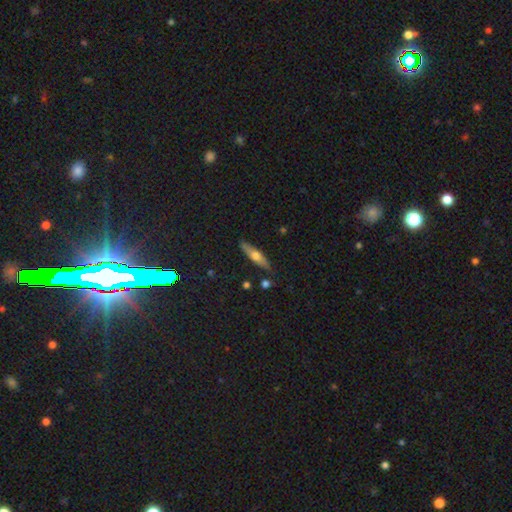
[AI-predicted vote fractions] smooth_or_featured: smooth (p=0.48) [alt: featured or disk p=0.45]
merging: none (p=0.85) [alt: minor disturbance p=0.10]